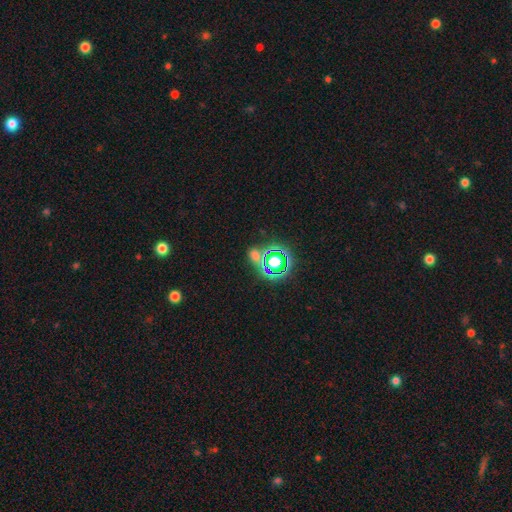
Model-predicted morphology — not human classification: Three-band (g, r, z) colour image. It shows a star or artifact, not a galaxy (51%).